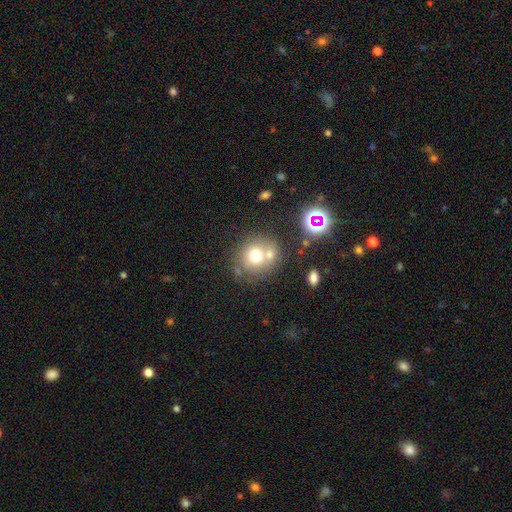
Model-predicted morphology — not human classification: The model was most divided on "merging": none: 53%, merger: 31%, minor disturbance: 11%, major disturbance: 5%. More confident: how rounded — round (85%); smooth or featured — smooth (69%).